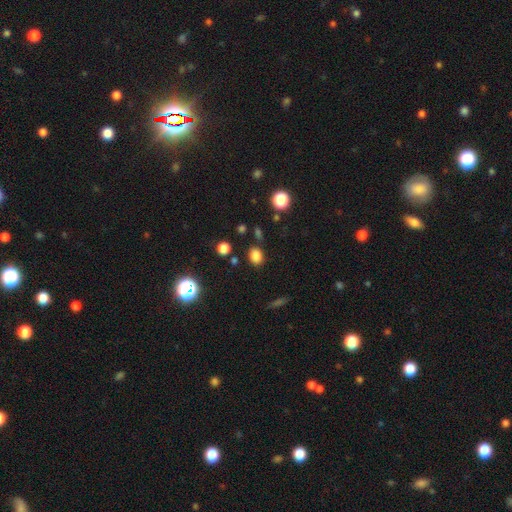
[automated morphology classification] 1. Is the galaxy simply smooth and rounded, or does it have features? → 80% smooth, 15% star or artifact, 5% featured or disk.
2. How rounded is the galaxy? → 57% in between, 42% round, 1% cigar-shaped.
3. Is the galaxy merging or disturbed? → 81% none, 11% minor disturbance, 5% merger, 4% major disturbance.